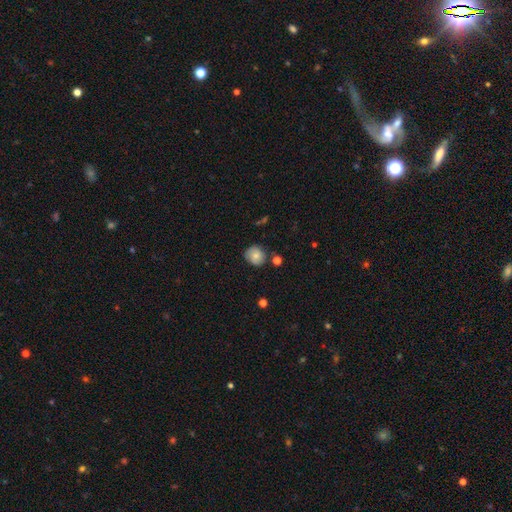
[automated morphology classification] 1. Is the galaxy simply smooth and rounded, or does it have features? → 71% smooth, 19% featured or disk, 10% star or artifact.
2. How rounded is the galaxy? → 80% round, 19% in between, 1% cigar-shaped.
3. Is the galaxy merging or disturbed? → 75% none, 18% minor disturbance, 4% merger, 4% major disturbance.